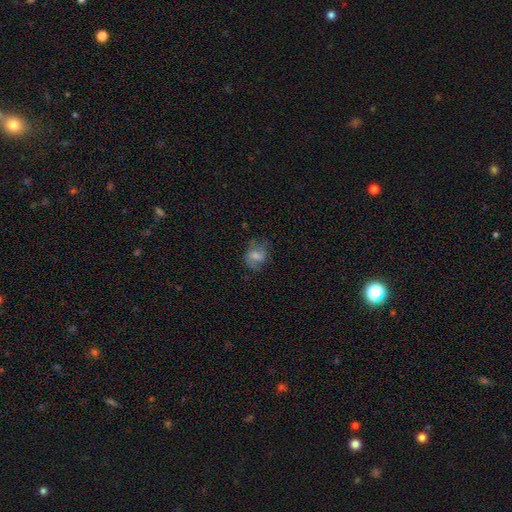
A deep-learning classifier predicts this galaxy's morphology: type=featured or disk (46%); merging=none (67%).